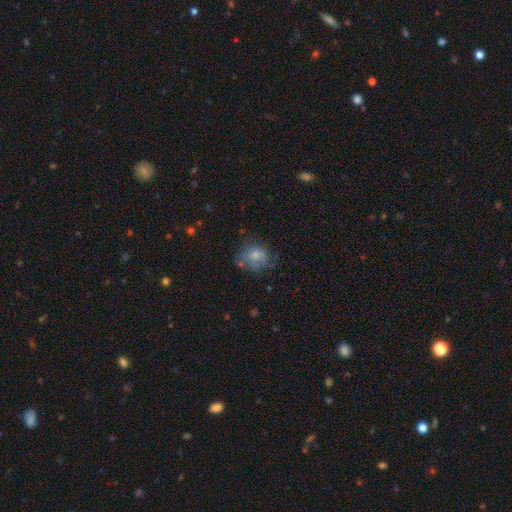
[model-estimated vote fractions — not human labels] Morphology: type=smooth (67%); roundness=round (65%); merging=none (45%).